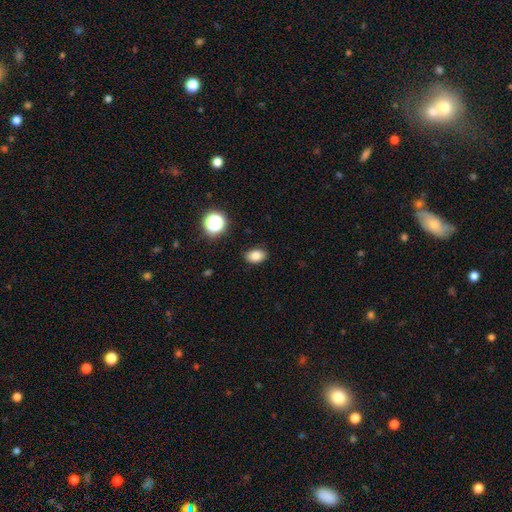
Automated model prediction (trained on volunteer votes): smooth 82%, star or artifact 11%, featured or disk 6%. Down the decision tree: how rounded — in between (81%); merging — none (87%).